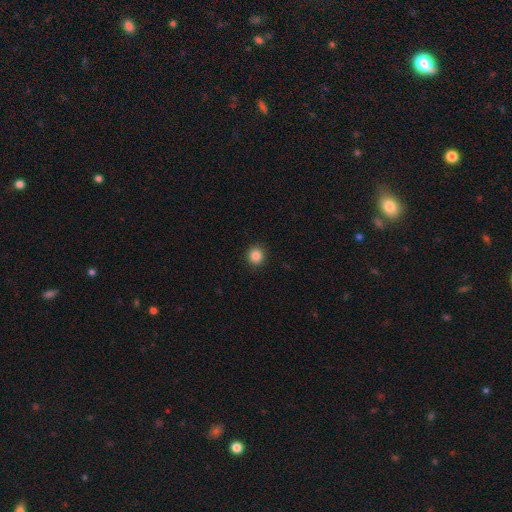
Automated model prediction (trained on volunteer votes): This appears to be a smooth galaxy with no disk features (86%) that is round (91%). Merging: none (92%).